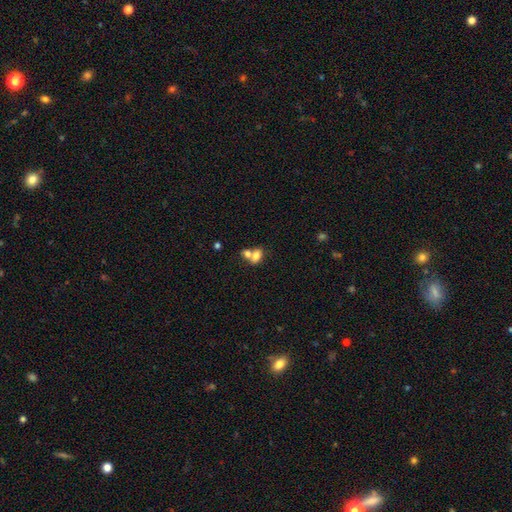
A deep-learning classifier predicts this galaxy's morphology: A smooth galaxy with no disk features (75%) that is in between round and cigar-shaped (79%).

Vote fractions:
- Smooth or featured? smooth: 75% / featured or disk: 15% / star or artifact: 10%
- How rounded? in between: 79% / round: 18% / cigar-shaped: 3%
- Merging? merger: 60% / none: 28% / minor disturbance: 8% / major disturbance: 4%